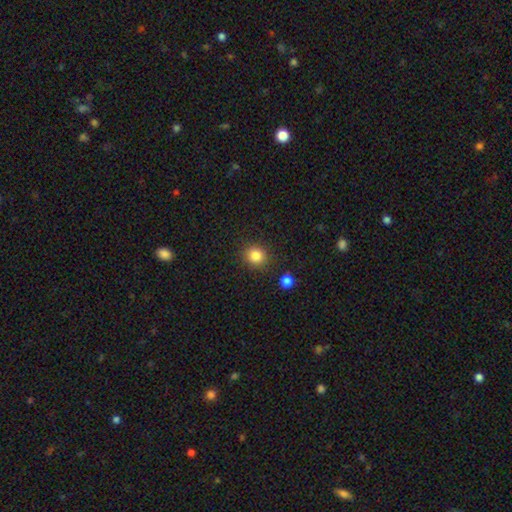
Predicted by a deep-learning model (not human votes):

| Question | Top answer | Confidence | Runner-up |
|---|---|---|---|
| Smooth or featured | smooth | 84% | star or artifact (11%) |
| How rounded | round | 83% | in between (16%) |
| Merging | none | 87% | minor disturbance (8%) |